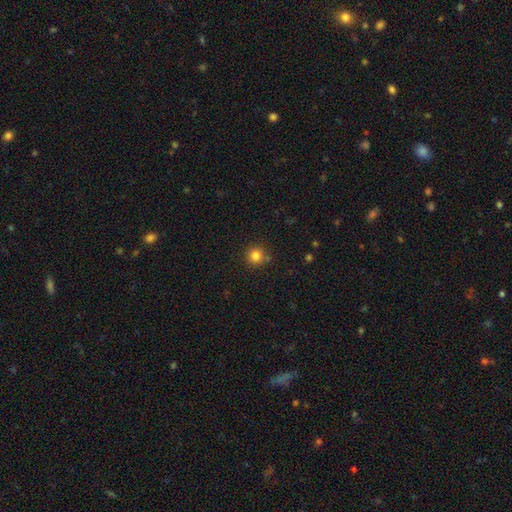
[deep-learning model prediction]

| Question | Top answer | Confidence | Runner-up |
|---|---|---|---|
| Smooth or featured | smooth | 82% | star or artifact (12%) |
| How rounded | round | 94% | in between (5%) |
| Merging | none | 85% | minor disturbance (9%) |